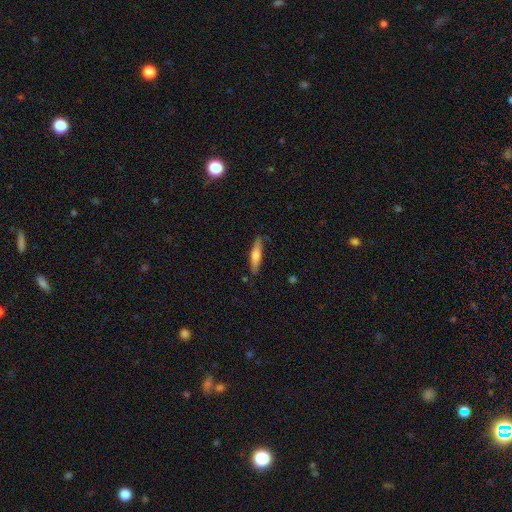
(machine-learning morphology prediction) This appears to be a smooth galaxy with no disk features (62%) that is cigar-shaped (83%). Merging: none (82%).